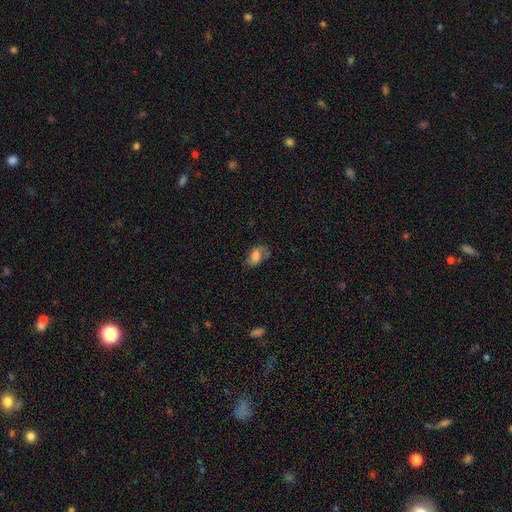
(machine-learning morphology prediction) type=smooth (69%); roundness=in between (86%); merging=none (52%).